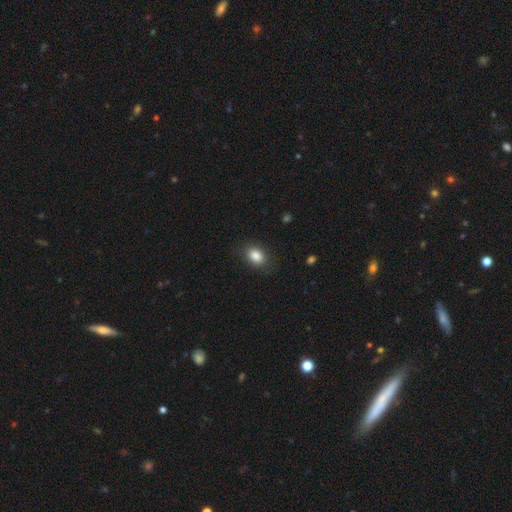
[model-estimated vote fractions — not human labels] smooth 85%, star or artifact 9%, featured or disk 6%. Down the decision tree: how rounded — in between (74%); merging — none (83%).